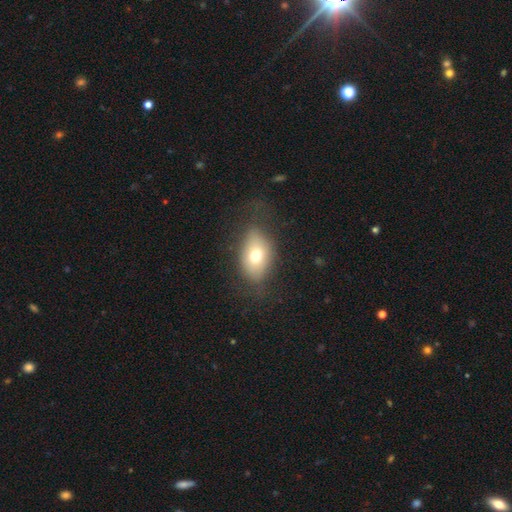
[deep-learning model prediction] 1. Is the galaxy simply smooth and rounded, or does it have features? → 69% smooth, 21% featured or disk, 10% star or artifact.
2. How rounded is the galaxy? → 81% in between, 17% round, 2% cigar-shaped.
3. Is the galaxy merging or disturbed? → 68% none, 19% minor disturbance, 11% major disturbance, 1% merger.